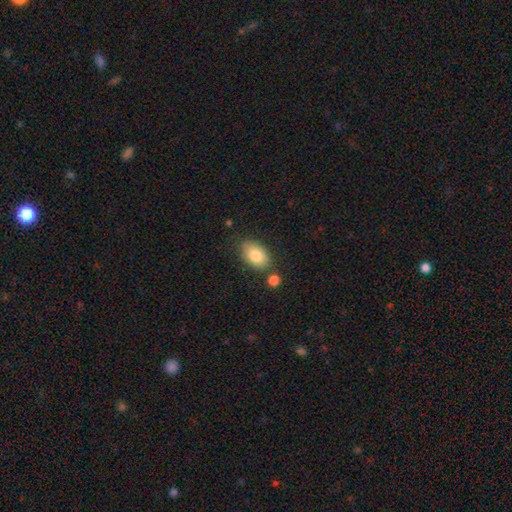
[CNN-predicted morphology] Overall: smooth (82%). How rounded: in between (90%). Merging: none (74%).